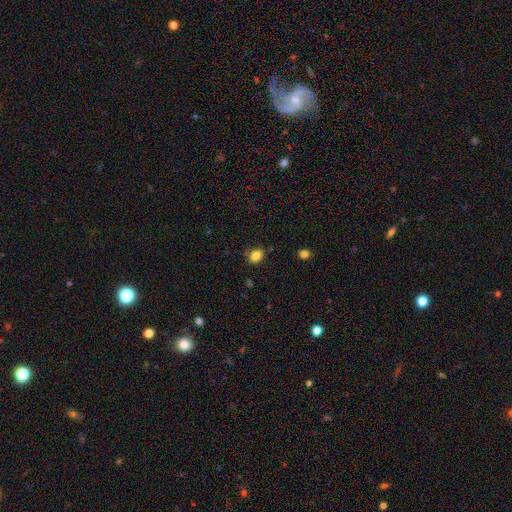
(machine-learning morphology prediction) A smooth galaxy with no disk features (84%) that is in between round and cigar-shaped (65%). Merging: none (78%).